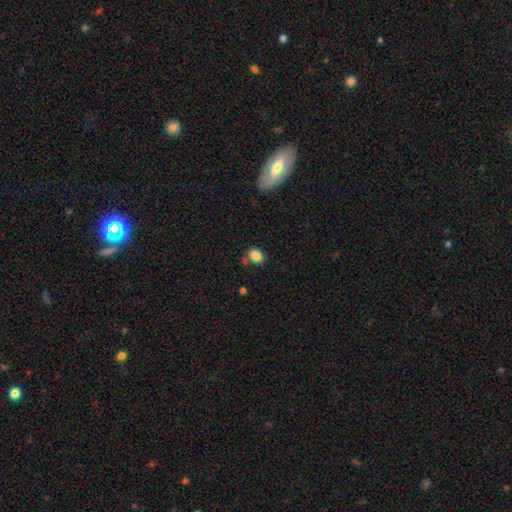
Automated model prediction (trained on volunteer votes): Smooth or featured?
  - smooth: 85% *
  - star or artifact: 10%
  - featured or disk: 5%
How rounded?
  - in between: 53% *
  - round: 46%
  - cigar-shaped: 1%
Merging?
  - none: 68% *
  - minor disturbance: 19%
  - merger: 7%
  - major disturbance: 5%